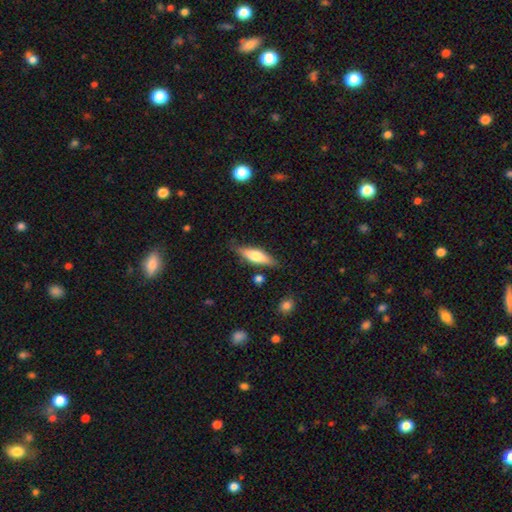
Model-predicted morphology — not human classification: This appears to be a smooth galaxy with no disk features (56%) that is cigar-shaped (60%). Merging: none (80%).